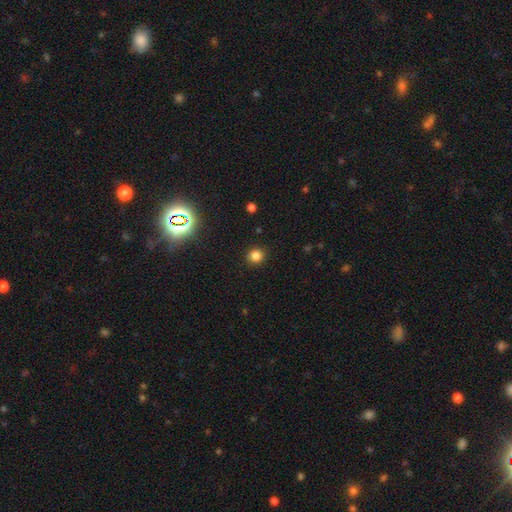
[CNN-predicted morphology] Overall: smooth (82%). How rounded: round (88%). Merging: none (91%).